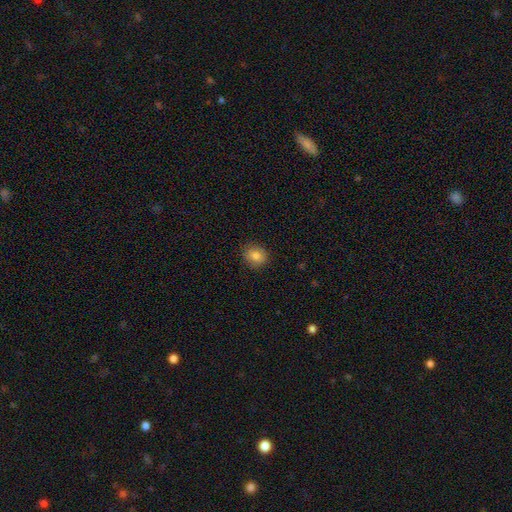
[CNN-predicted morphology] Smooth or featured? smooth (83%)
How rounded? round (74%)
Merging? none (89%)